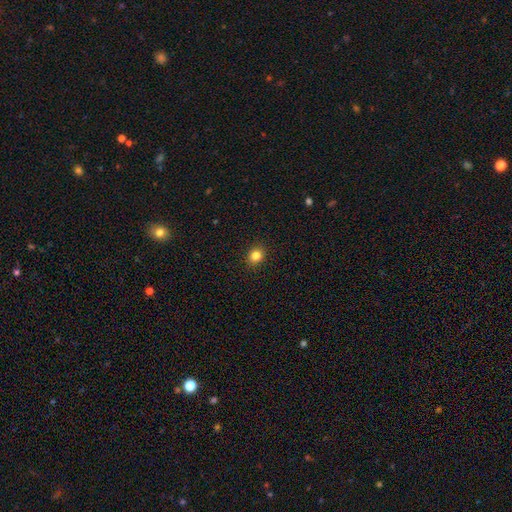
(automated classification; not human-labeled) smooth-or-featured: smooth: 84% | star or artifact: 11% | featured or disk: 5%
  how-rounded: round: 66% | in between: 33% | cigar-shaped: 1%
  merging: none: 91% | minor disturbance: 6% | major disturbance: 2% | merger: 1%